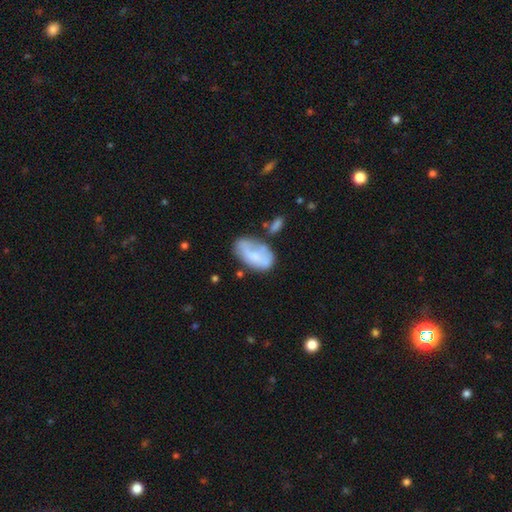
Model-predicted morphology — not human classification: Smooth or featured: smooth — 62% (featured or disk — 31%)
How rounded: in between — 93% (round — 5%)
Merging: none — 41% (minor disturbance — 29%)